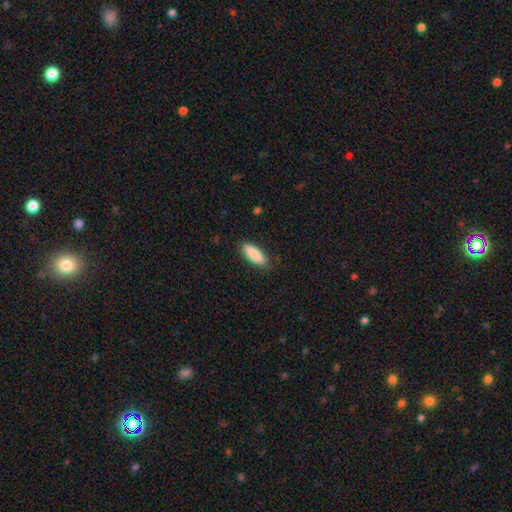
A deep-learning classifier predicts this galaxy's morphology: Overall: smooth (88%). How rounded: in between (63%; cigar-shaped 35%). Merging: none (84%).